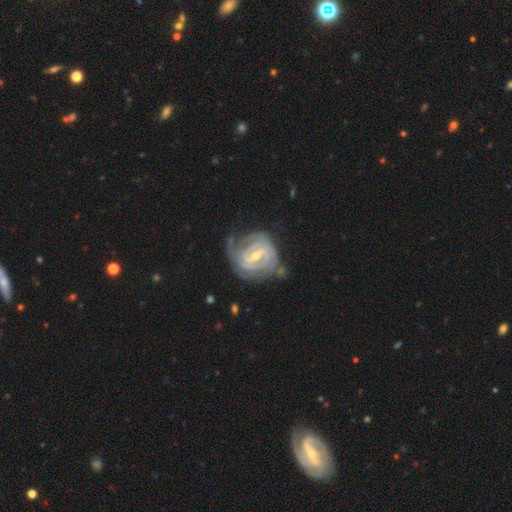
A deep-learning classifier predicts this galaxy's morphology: The model was most divided on "bulge size": small: 50%, moderate: 46%, large: 2%, none: 1%, dominant: 1%. Remaining: edge-on disk — no (97%); spiral arms — yes (97%); smooth or featured — featured or disk (90%); spiral winding — tight (75%); merging — none (59%); bar — strong (47%); spiral arm count — 2 (33%).